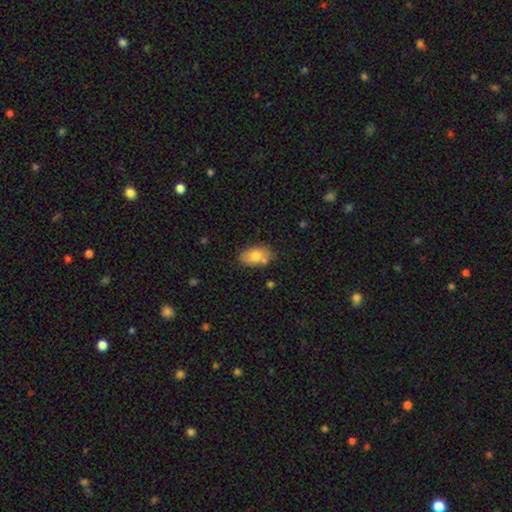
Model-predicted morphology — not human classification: smooth-or-featured: smooth: 75% | featured or disk: 18% | star or artifact: 7%
  how-rounded: in between: 89% | round: 9% | cigar-shaped: 2%
  merging: none: 71% | minor disturbance: 17% | merger: 9% | major disturbance: 3%